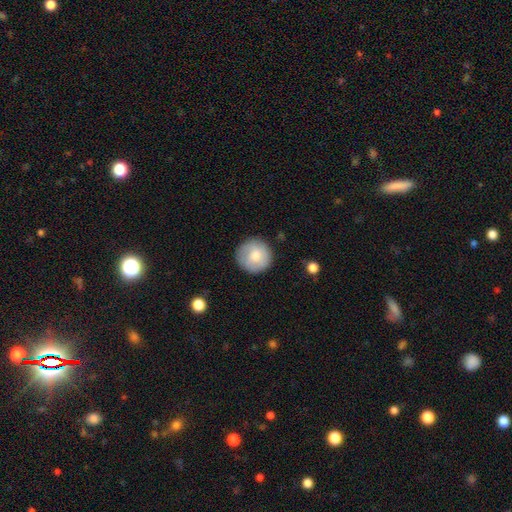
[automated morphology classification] Smooth or featured: smooth — 76% (featured or disk — 17%)
How rounded: round — 95% (in between — 4%)
Merging: none — 85% (minor disturbance — 11%)